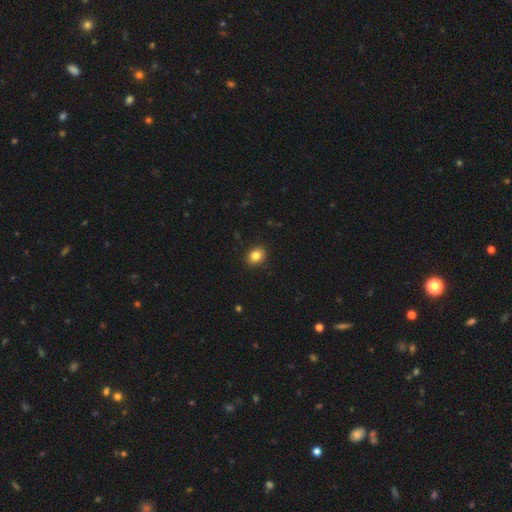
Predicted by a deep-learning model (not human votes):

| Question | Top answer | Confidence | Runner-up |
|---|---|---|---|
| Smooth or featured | smooth | 84% | star or artifact (10%) |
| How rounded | in between | 52% | round (47%) |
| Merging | none | 91% | minor disturbance (7%) |